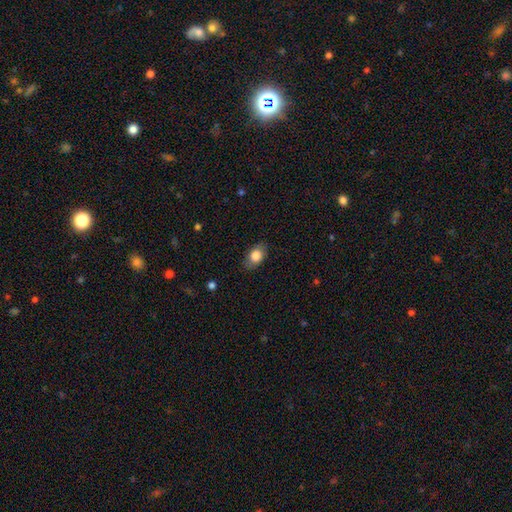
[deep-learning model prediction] Morphology: type=smooth (79%); roundness=in between (84%); merging=none (82%).